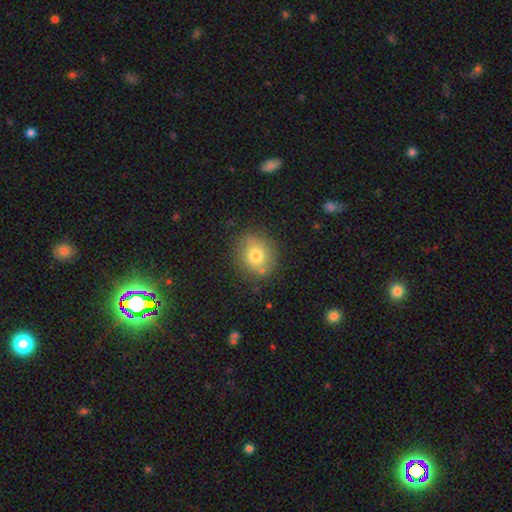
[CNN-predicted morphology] A smooth galaxy with no disk features (76%) that is round (78%). Merging: none (79%).